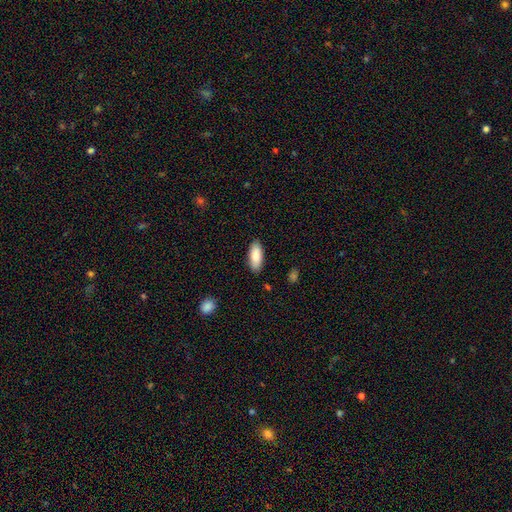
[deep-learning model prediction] Smooth or featured? Predicted: smooth (p=0.86). How rounded? Predicted: in between (p=0.78). Merging? Predicted: none (p=0.87).